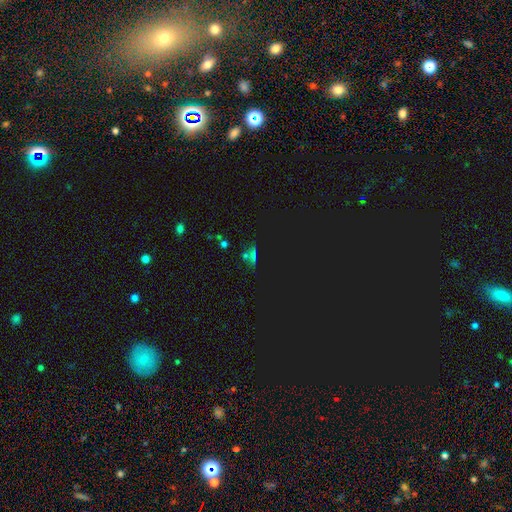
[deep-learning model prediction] Q: Smooth or featured?
A: star or artifact (58%); runner-up: smooth (31%)